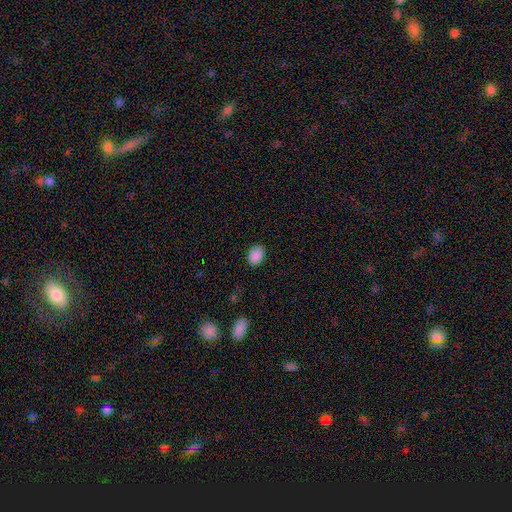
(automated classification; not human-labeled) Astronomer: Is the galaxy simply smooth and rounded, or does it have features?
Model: smooth — 88%.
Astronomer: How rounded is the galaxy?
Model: in between — 69%.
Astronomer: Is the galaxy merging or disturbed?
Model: none — 86%.